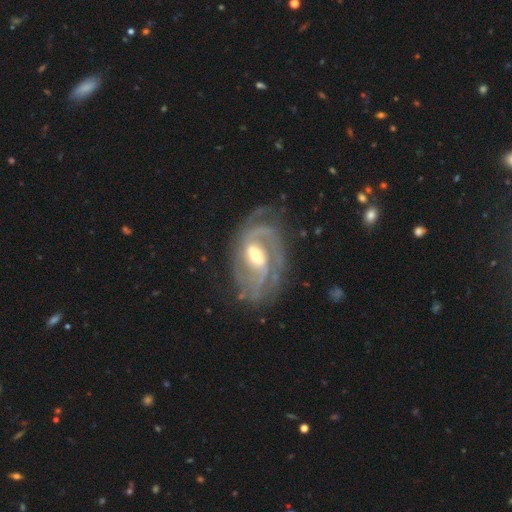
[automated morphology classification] Smooth or featured: featured or disk — 90% (smooth — 6%)
Edge-on disk: no — 97% (yes — 3%)
Bar: weak — 51% (strong — 26%)
Spiral arms: yes — 96% (no — 4%)
Spiral winding: tight — 44% (tied with medium — 44%)
Spiral arm count: 2 — 50% (3 — 19%)
Bulge size: moderate — 62% (small — 26%)
Merging: none — 66% (minor disturbance — 20%)